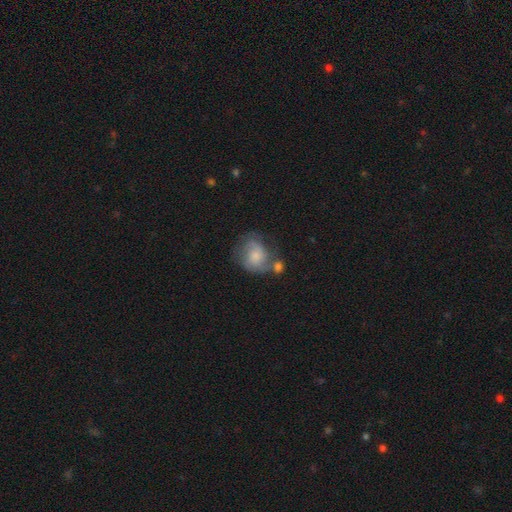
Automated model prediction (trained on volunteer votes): The model was most divided on "merging": none: 37%, minor disturbance: 24%, merger: 22%, major disturbance: 16%. More confident: how rounded — round (62%); smooth or featured — smooth (53%).